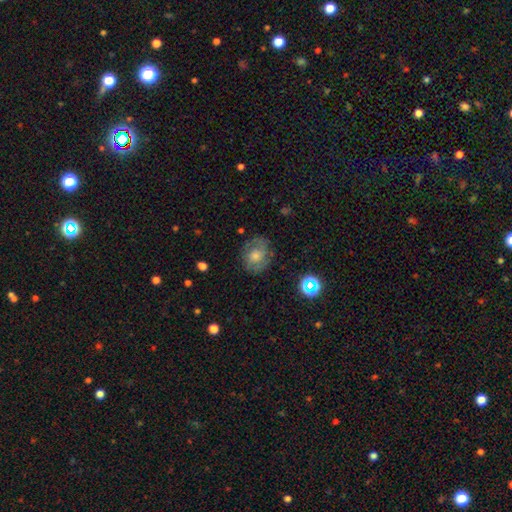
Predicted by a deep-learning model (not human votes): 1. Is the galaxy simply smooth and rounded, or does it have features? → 49% featured or disk, 37% smooth, 13% star or artifact.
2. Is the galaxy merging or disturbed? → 77% none, 16% minor disturbance, 6% major disturbance, 1% merger.